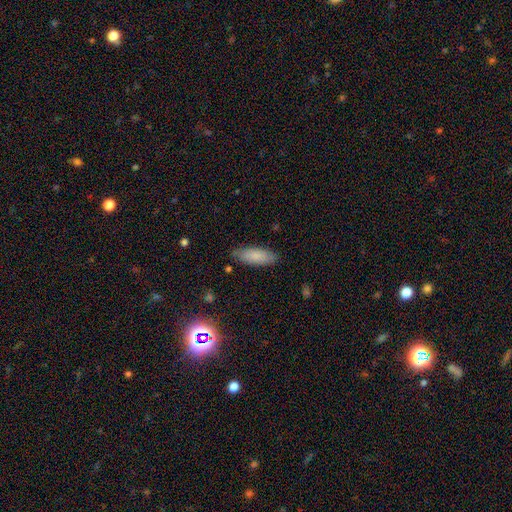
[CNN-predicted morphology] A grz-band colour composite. It shows a smooth galaxy with no disk features (84%) that is in between round and cigar-shaped (69%). Merging: none (83%).